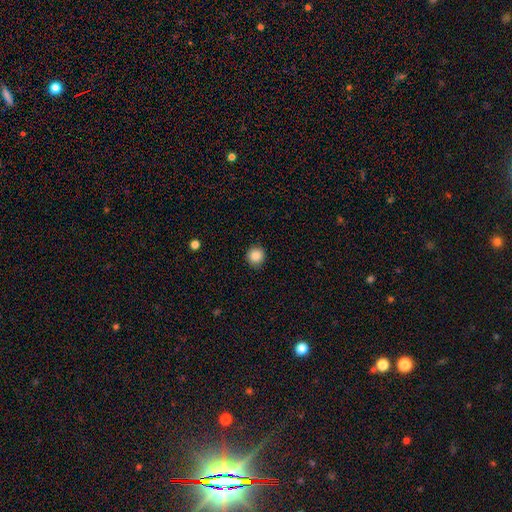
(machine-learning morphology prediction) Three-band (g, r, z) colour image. It shows a smooth galaxy with no disk features (87%) that is round (91%). Merging: none (89%).